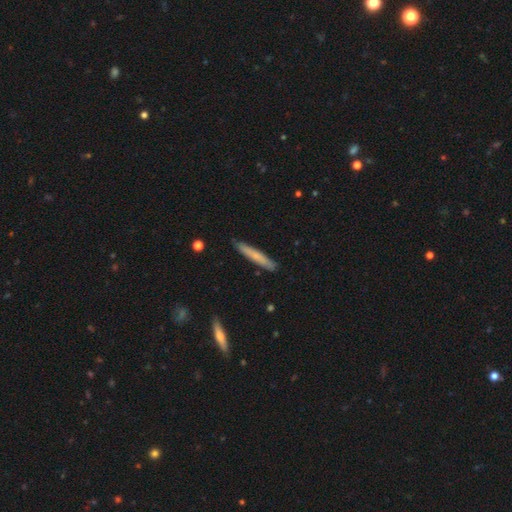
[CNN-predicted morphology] The model was most divided on "smooth or featured": smooth: 65%, featured or disk: 30%, star or artifact: 6%. More confident: how rounded — cigar-shaped (95%); merging — none (88%).